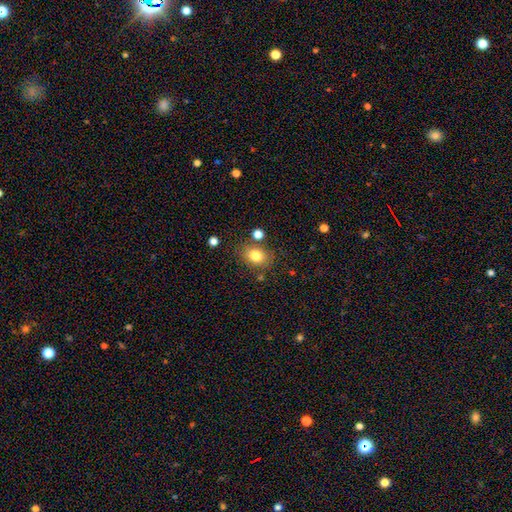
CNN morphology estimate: Smooth or featured?
  - smooth: 80% *
  - star or artifact: 11%
  - featured or disk: 9%
How rounded?
  - in between: 59% *
  - round: 40%
  - cigar-shaped: 1%
Merging?
  - none: 77% *
  - minor disturbance: 12%
  - merger: 7%
  - major disturbance: 4%